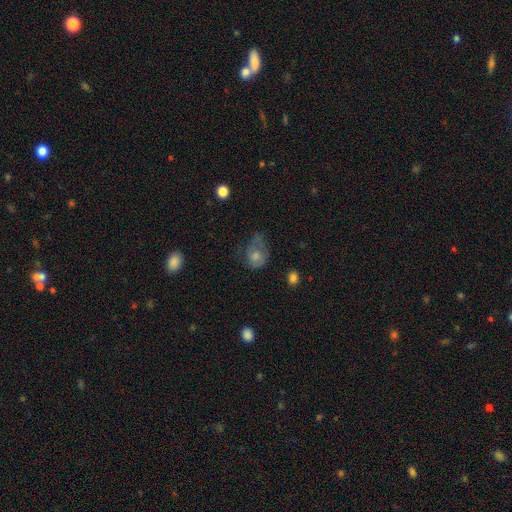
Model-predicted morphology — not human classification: This appears to be a smooth galaxy with no disk features (58%) that is in between round and cigar-shaped (53%). Merging: major disturbance (35%).